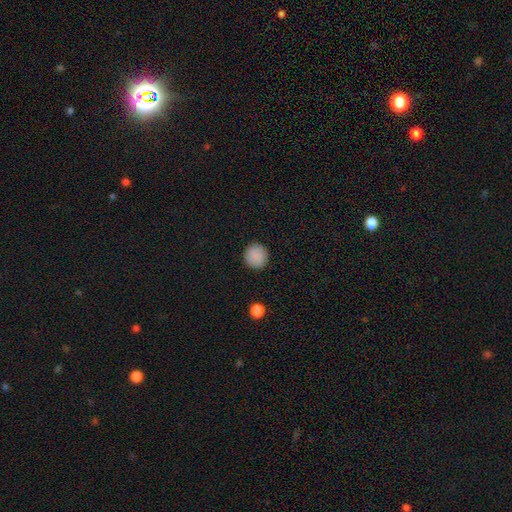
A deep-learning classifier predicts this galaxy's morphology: type=smooth (89%); roundness=round (94%); merging=none (92%).